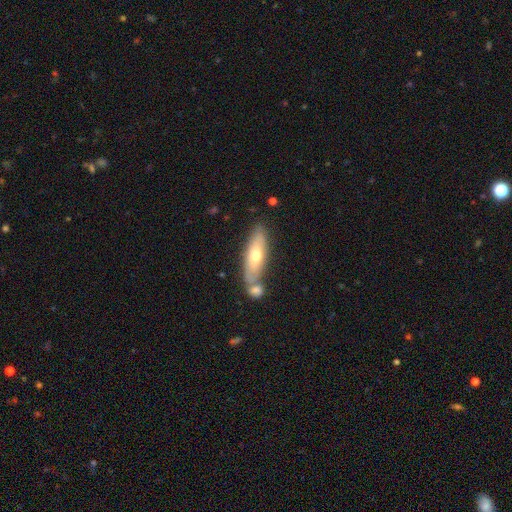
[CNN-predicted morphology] Smooth or featured?
  - smooth: 53% *
  - featured or disk: 42%
  - star or artifact: 6%
How rounded?
  - cigar-shaped: 52% *
  - in between: 46%
  - round: 2%
Merging?
  - none: 57% *
  - merger: 25%
  - minor disturbance: 14%
  - major disturbance: 4%